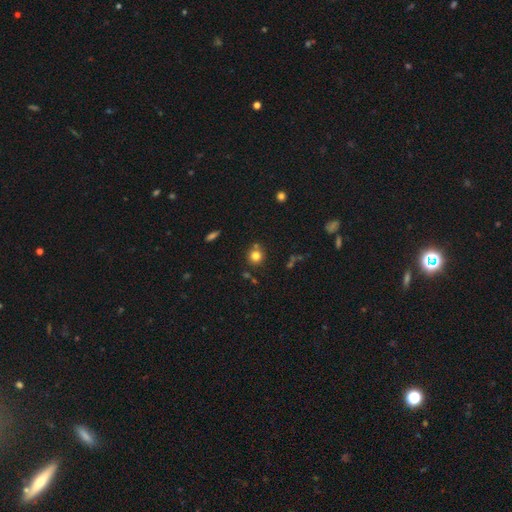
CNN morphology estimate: smooth-or-featured: smooth: 78% | star or artifact: 14% | featured or disk: 8%
  how-rounded: round: 90% | in between: 9% | cigar-shaped: 1%
  merging: none: 77% | merger: 11% | minor disturbance: 9% | major disturbance: 3%